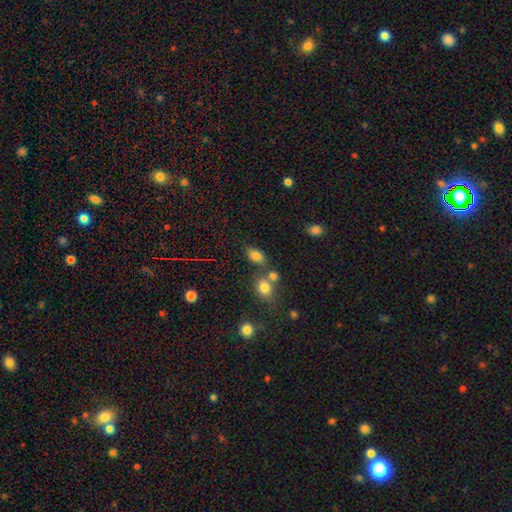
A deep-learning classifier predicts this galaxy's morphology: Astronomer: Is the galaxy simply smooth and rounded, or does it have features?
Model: smooth — 80%.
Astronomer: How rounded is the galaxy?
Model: in between — 84%.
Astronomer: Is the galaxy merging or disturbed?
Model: none — 63%.